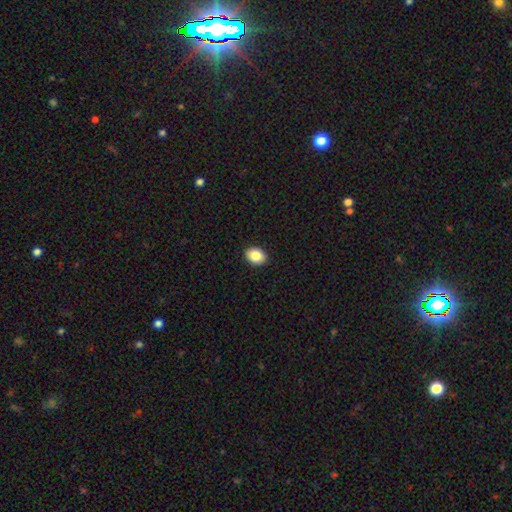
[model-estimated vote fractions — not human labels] smooth 86%, star or artifact 8%, featured or disk 6%. Down the decision tree: how rounded — in between (67%); merging — none (92%).